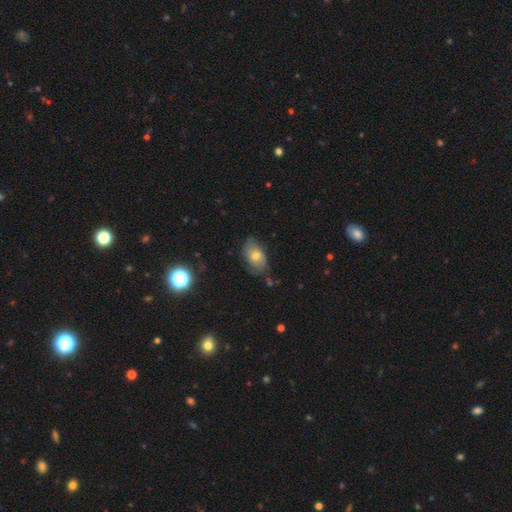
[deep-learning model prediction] This appears to be a smooth galaxy with no disk features (66%) that is in between round and cigar-shaped (89%). Merging: none (67%).